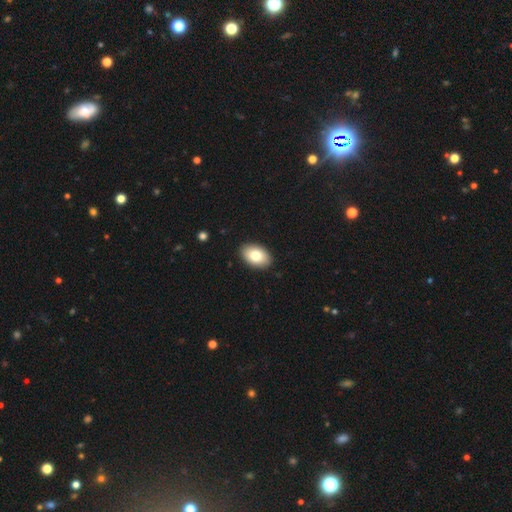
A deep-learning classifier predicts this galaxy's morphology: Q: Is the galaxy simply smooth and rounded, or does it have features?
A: smooth — 80%.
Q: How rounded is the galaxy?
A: in between — 91%.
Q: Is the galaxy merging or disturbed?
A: none — 90%.